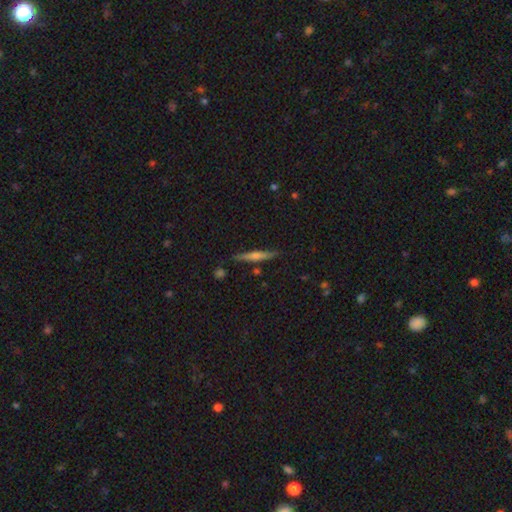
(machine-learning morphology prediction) type=featured or disk (55%); edge-on=yes (96%); edge-on bulge=rounded (70%); merging=none (87%).